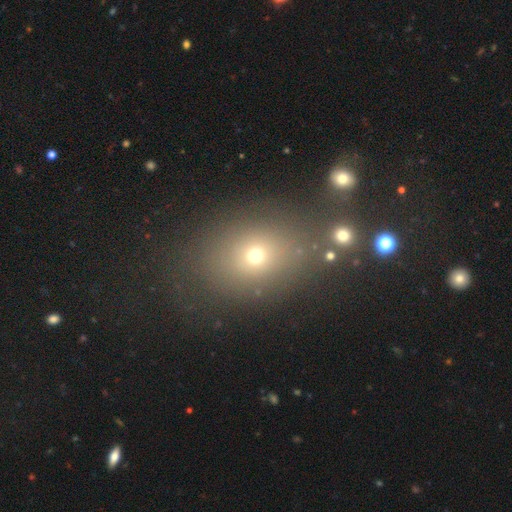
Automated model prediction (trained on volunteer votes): Smooth or featured? Predicted: smooth (p=0.65). How rounded? Predicted: in between (p=0.52). Merging? Predicted: none (p=0.68).